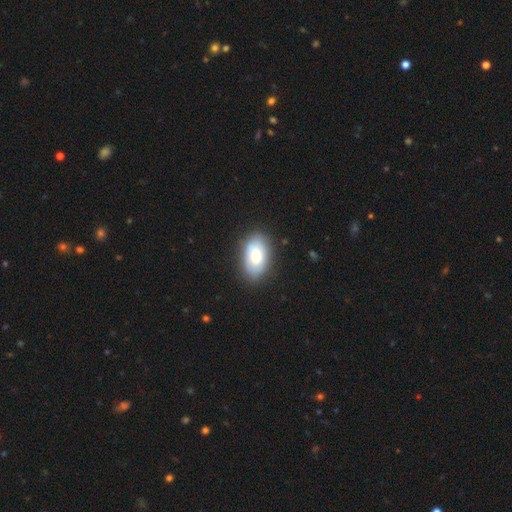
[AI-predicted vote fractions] This appears to be a smooth galaxy with no disk features (72%) that is in between round and cigar-shaped (91%). Merging: none (83%).